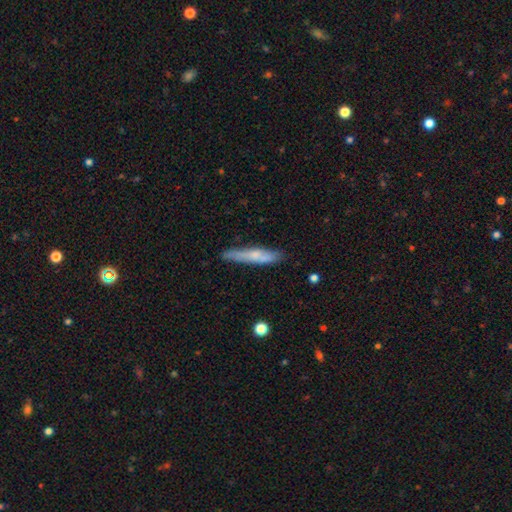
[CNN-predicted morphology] Q: Smooth or featured?
A: smooth (60%); runner-up: featured or disk (34%)
Q: How rounded?
A: cigar-shaped (92%); runner-up: in between (6%)
Q: Merging?
A: none (82%); runner-up: minor disturbance (14%)